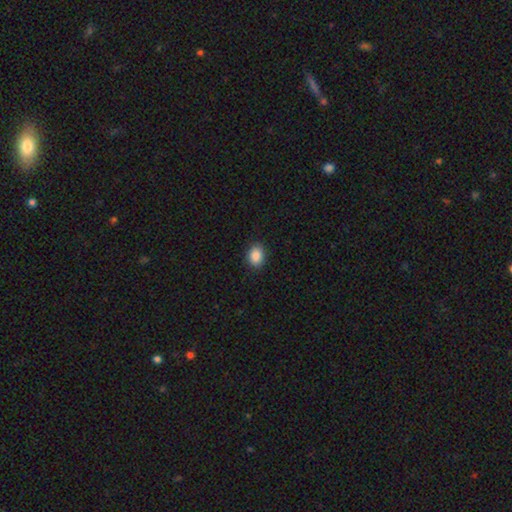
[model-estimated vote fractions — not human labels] Q: Smooth or featured?
A: smooth (89%); runner-up: star or artifact (8%)
Q: How rounded?
A: in between (68%); runner-up: round (30%)
Q: Merging?
A: none (89%); runner-up: minor disturbance (8%)